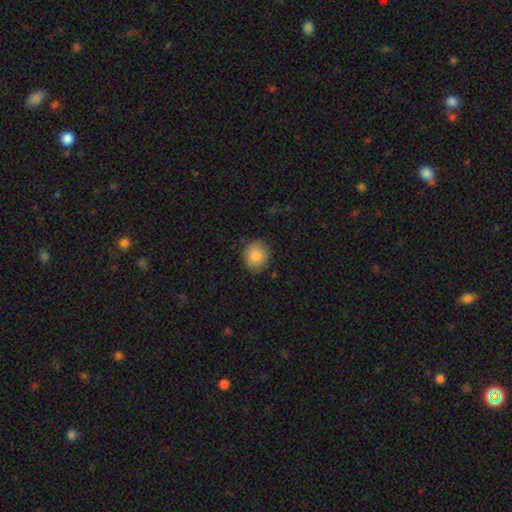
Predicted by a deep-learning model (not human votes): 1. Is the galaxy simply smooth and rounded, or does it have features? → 86% smooth, 8% star or artifact, 6% featured or disk.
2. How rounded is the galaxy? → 82% round, 17% in between, 1% cigar-shaped.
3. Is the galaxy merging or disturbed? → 84% none, 12% minor disturbance, 3% major disturbance, 1% merger.